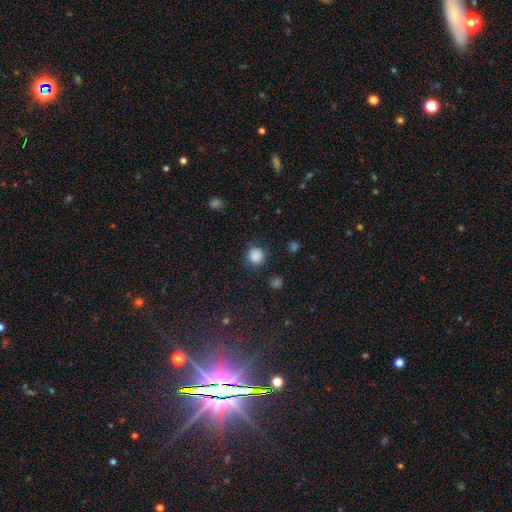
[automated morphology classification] Q: Smooth or featured?
A: smooth (85%); runner-up: star or artifact (12%)
Q: How rounded?
A: round (90%); runner-up: in between (9%)
Q: Merging?
A: none (82%); runner-up: minor disturbance (12%)